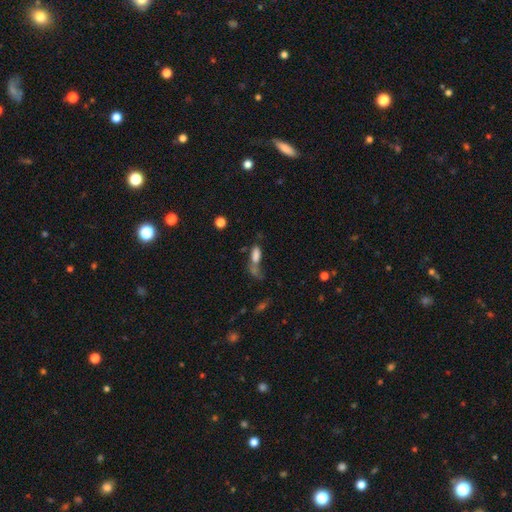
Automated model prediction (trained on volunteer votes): Morphology: type=smooth (74%); roundness=in between (68%); merging=merger (38%).